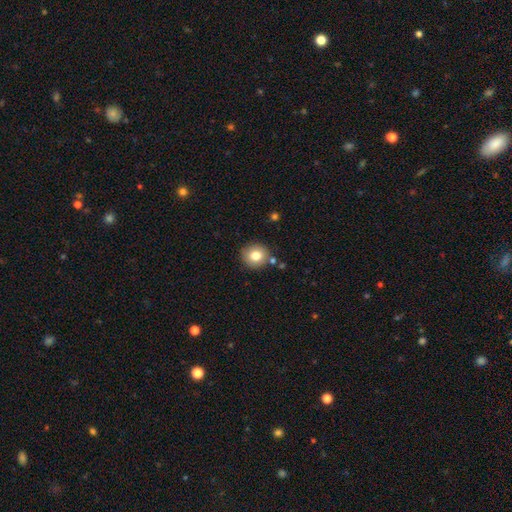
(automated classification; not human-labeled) smooth_or_featured: smooth (p=0.79) [alt: featured or disk p=0.10]
how_rounded: round (p=0.88) [alt: in between p=0.11]
merging: none (p=0.83) [alt: minor disturbance p=0.09]